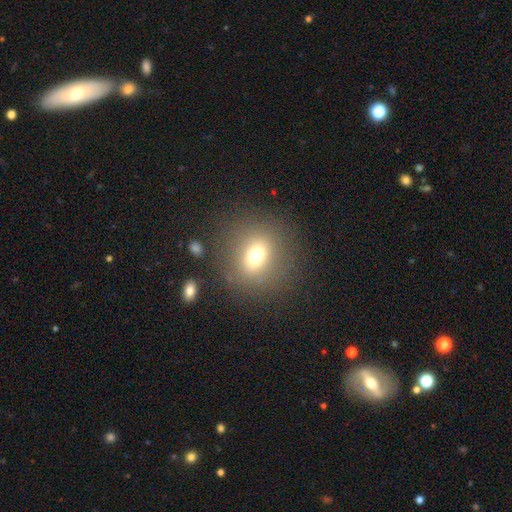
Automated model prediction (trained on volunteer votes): Smooth or featured: smooth — 70% (star or artifact — 16%)
How rounded: round — 77% (in between — 22%)
Merging: none — 83% (minor disturbance — 9%)